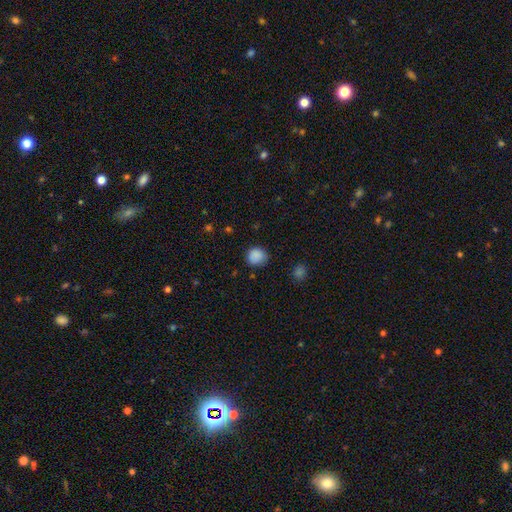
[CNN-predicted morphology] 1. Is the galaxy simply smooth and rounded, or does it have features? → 87% smooth, 9% star or artifact, 4% featured or disk.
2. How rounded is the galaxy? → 84% round, 15% in between, 1% cigar-shaped.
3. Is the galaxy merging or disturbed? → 80% none, 16% minor disturbance, 3% major disturbance, 2% merger.